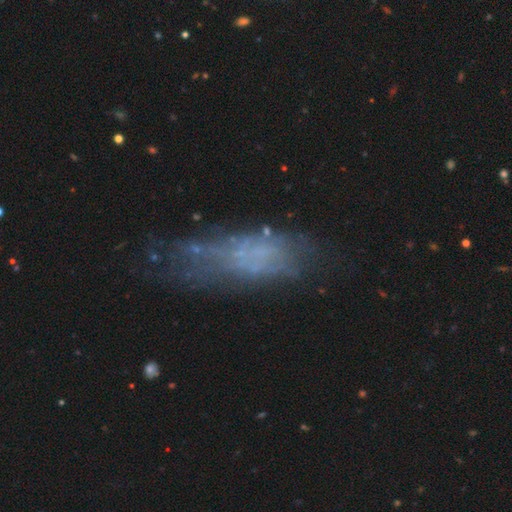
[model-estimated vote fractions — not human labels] featured or disk 45%, smooth 39%, star or artifact 17%. Down the decision tree: merging — none (49%).